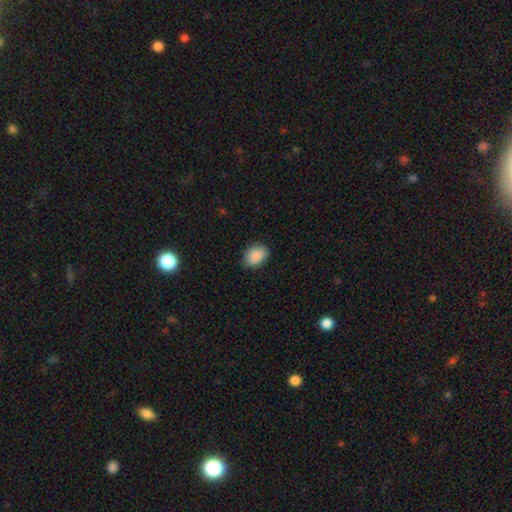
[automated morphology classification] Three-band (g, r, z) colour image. It shows a smooth galaxy with no disk features (88%) that is in between round and cigar-shaped (74%). Merging: none (82%).